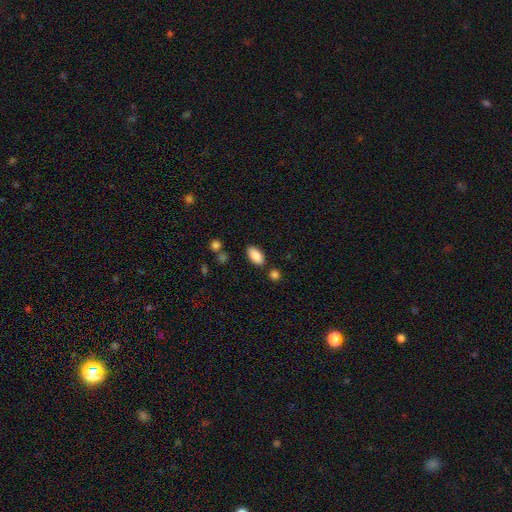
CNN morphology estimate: Smooth or featured: smooth — 88% (star or artifact — 7%)
How rounded: in between — 93% (cigar-shaped — 4%)
Merging: none — 81% (minor disturbance — 11%)